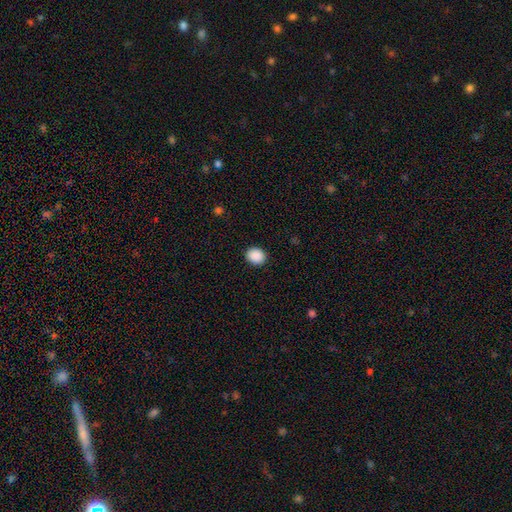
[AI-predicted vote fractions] This appears to be a smooth galaxy with no disk features (90%) that is round (62%). Merging: none (90%).